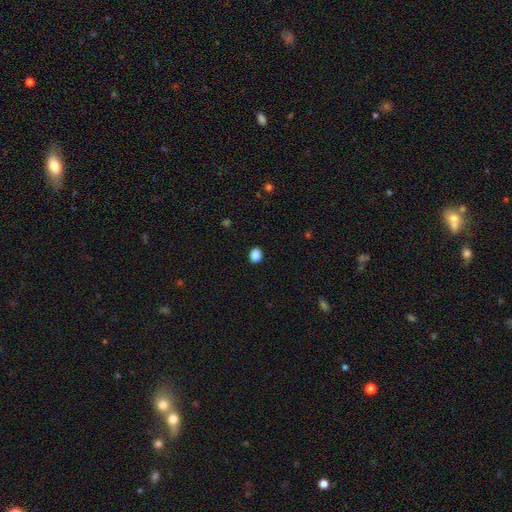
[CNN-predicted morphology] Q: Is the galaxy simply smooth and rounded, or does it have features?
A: smooth — 87%.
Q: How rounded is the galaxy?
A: in between — 53%.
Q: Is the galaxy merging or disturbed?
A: none — 90%.